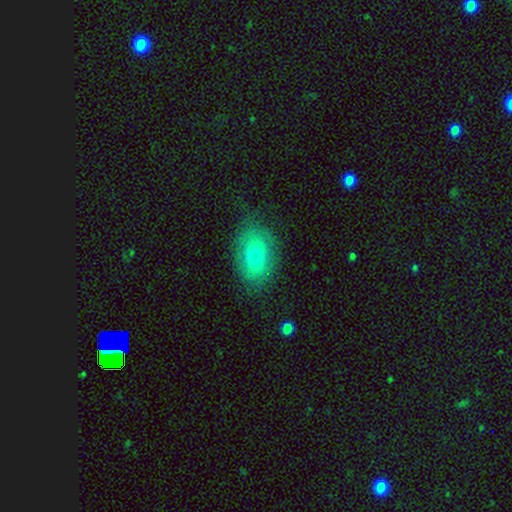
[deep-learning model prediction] Smooth or featured: smooth — 69% (featured or disk — 24%)
How rounded: in between — 86% (round — 12%)
Merging: none — 74% (minor disturbance — 18%)